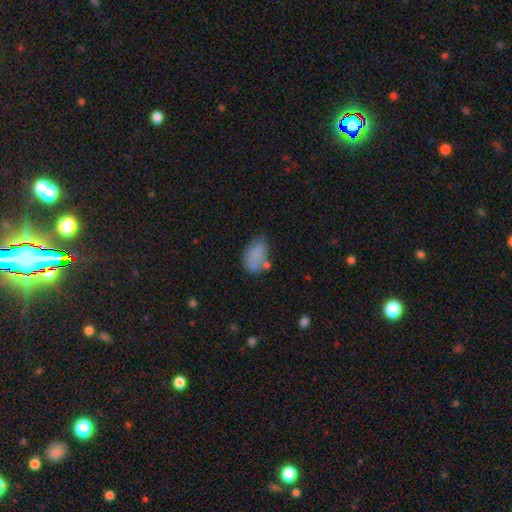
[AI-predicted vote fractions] Smooth or featured: smooth — 80% (featured or disk — 11%)
How rounded: in between — 88% (round — 10%)
Merging: none — 51% (minor disturbance — 28%)